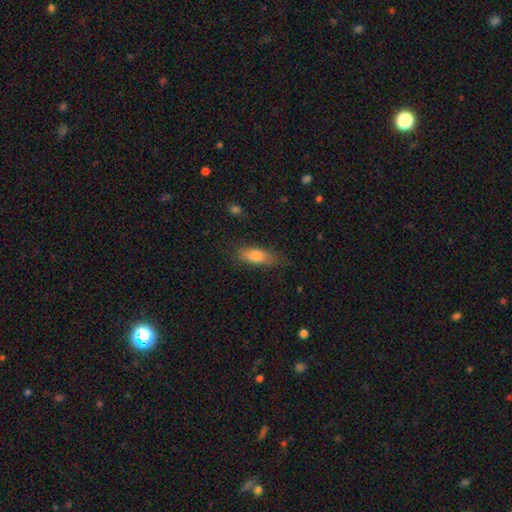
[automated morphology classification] A smooth galaxy with no disk features (78%) that is in between round and cigar-shaped (68%). Merging: none (77%).